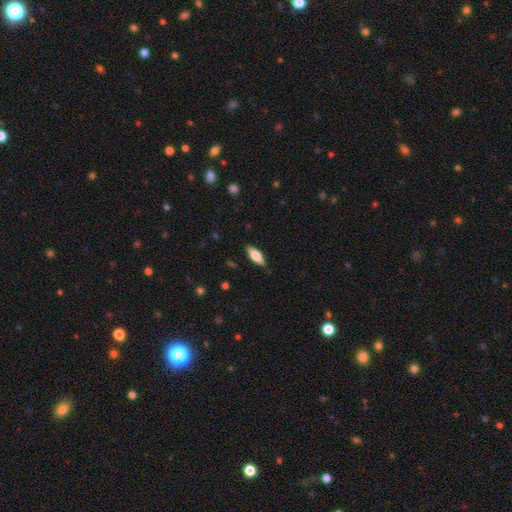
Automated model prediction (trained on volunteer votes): This appears to be a smooth galaxy with no disk features (67%) that is in between round and cigar-shaped (68%). Merging: none (87%).